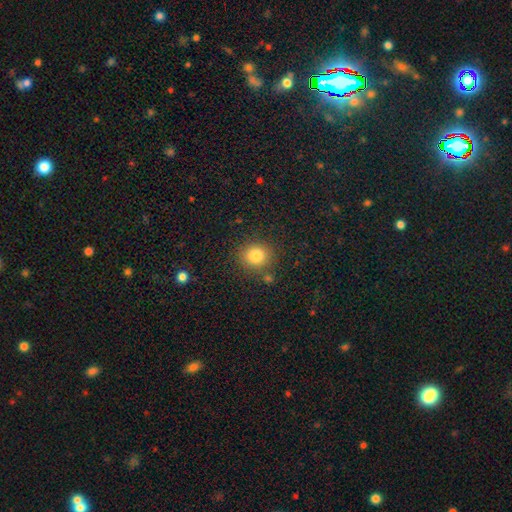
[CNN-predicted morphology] smooth 82%, star or artifact 12%, featured or disk 7%. Down the decision tree: how rounded — round (85%); merging — none (83%).